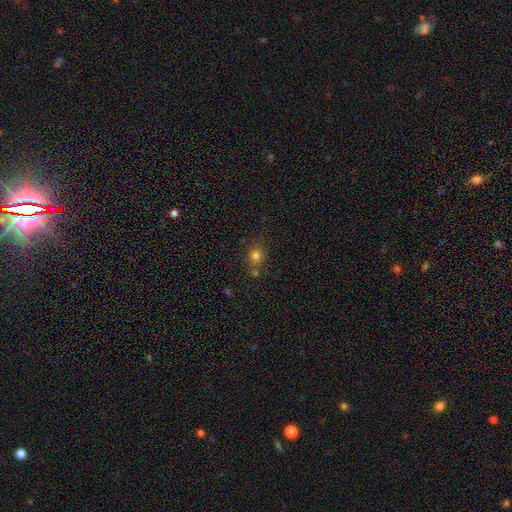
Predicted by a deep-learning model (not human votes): smooth-or-featured: smooth: 77% | star or artifact: 15% | featured or disk: 7%
  how-rounded: round: 74% | in between: 25% | cigar-shaped: 1%
  merging: none: 67% | merger: 16% | minor disturbance: 13% | major disturbance: 4%